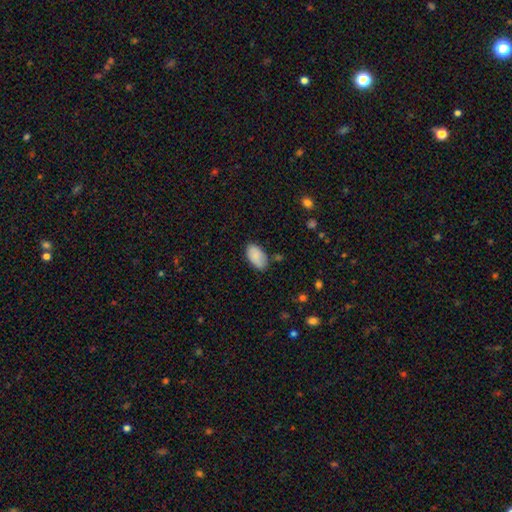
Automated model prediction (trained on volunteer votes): Q: Smooth or featured?
A: smooth (85%); runner-up: featured or disk (8%)
Q: How rounded?
A: in between (95%); runner-up: round (4%)
Q: Merging?
A: none (73%); runner-up: minor disturbance (20%)